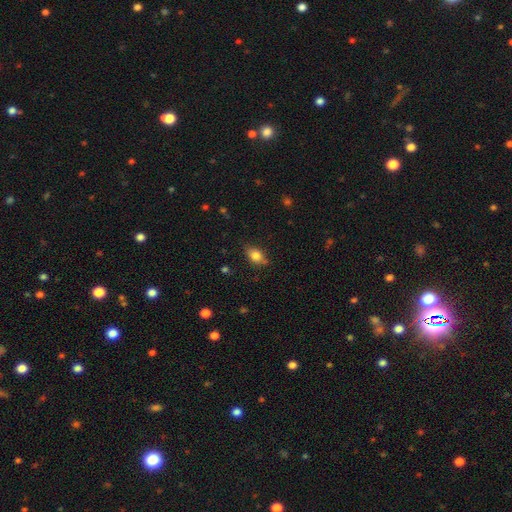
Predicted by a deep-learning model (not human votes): Smooth or featured? smooth (79%)
How rounded? in between (79%)
Merging? none (74%)